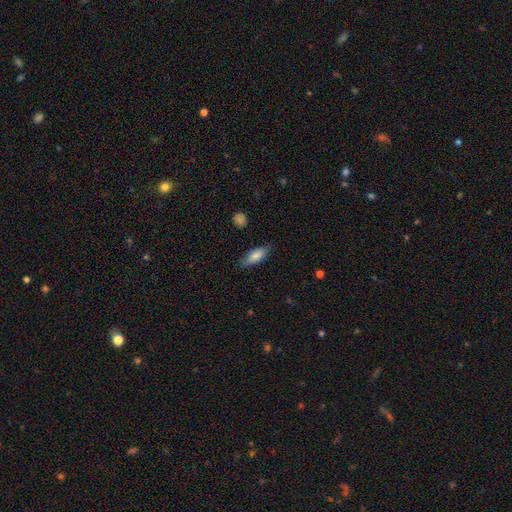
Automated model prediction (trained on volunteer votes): A smooth galaxy with no disk features (80%) that is in between round and cigar-shaped (63%).

Vote fractions:
- Smooth or featured? smooth: 80% / featured or disk: 14% / star or artifact: 6%
- How rounded? in between: 63% / cigar-shaped: 35% / round: 2%
- Merging? none: 82% / minor disturbance: 14% / major disturbance: 3% / merger: 1%